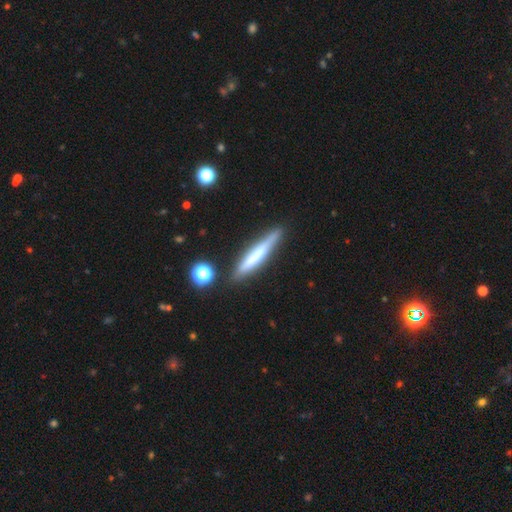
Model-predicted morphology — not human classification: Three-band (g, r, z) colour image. It shows a smooth galaxy with no disk features (52%) that is cigar-shaped (93%). Merging: none (84%).